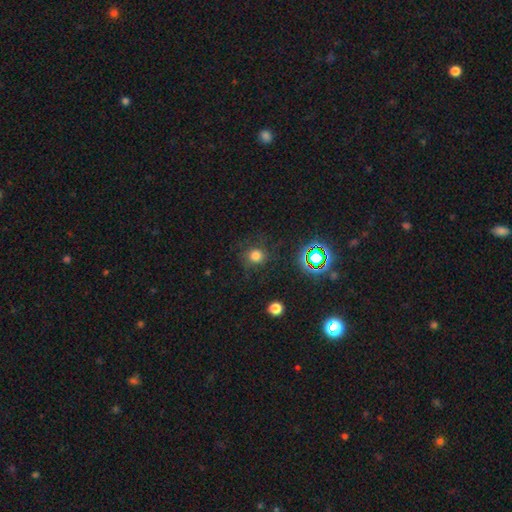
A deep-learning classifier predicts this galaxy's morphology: smooth_or_featured: smooth (p=0.68) [alt: star or artifact p=0.21]
how_rounded: round (p=0.87) [alt: in between p=0.12]
merging: none (p=0.77) [alt: minor disturbance p=0.13]